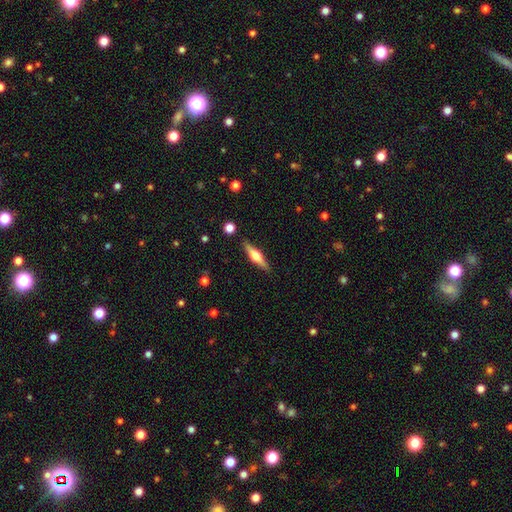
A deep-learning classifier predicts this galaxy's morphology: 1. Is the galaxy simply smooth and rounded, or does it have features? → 65% featured or disk, 29% smooth, 6% star or artifact.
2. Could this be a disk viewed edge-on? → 97% yes, 3% no.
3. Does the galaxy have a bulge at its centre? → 94% rounded, 4% boxy, 2% none.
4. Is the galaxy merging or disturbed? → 89% none, 8% minor disturbance, 2% major disturbance, 1% merger.